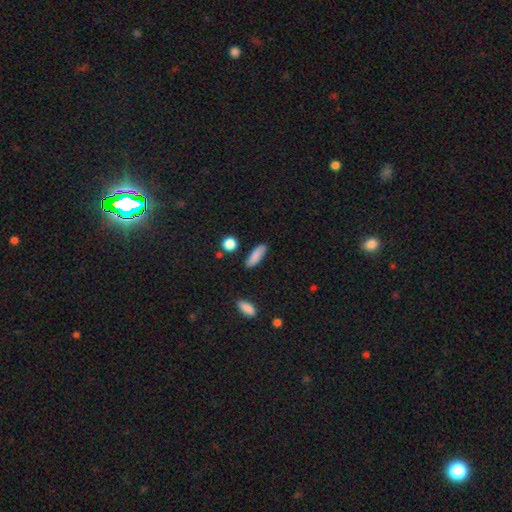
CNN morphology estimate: The model was most divided on "how rounded": in between: 50%, cigar-shaped: 46%, round: 3%. More confident: smooth or featured — smooth (86%); merging — none (86%).